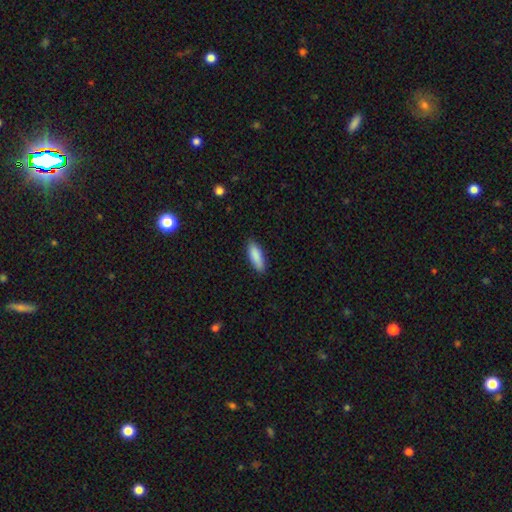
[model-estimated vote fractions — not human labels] This appears to be a smooth galaxy with no disk features (89%) that is in between round and cigar-shaped (57%). Merging: none (86%).